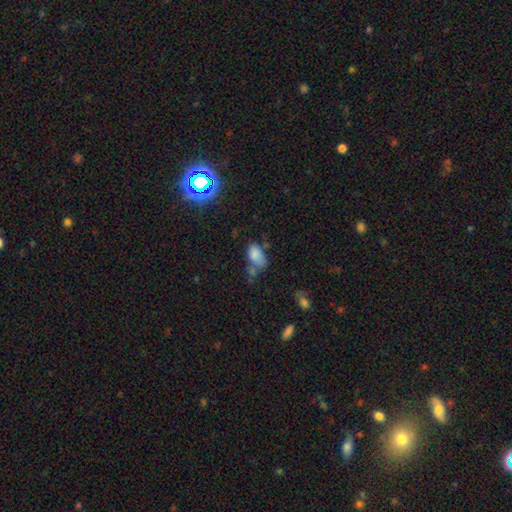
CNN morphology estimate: Q: Smooth or featured?
A: smooth (77%); runner-up: star or artifact (12%)
Q: How rounded?
A: in between (89%); runner-up: round (9%)
Q: Merging?
A: none (38%); runner-up: merger (25%)